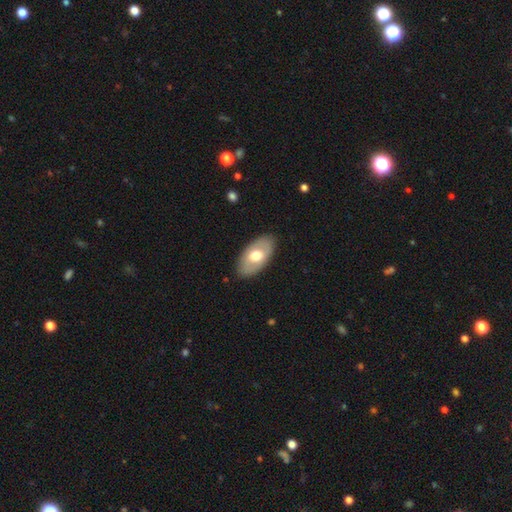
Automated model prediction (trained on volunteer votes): smooth_or_featured: smooth (p=0.60) [alt: featured or disk p=0.35]
how_rounded: in between (p=0.94) [alt: round p=0.04]
merging: none (p=0.86) [alt: minor disturbance p=0.10]